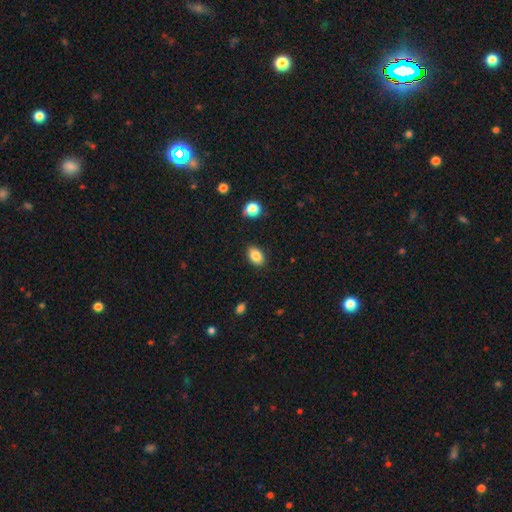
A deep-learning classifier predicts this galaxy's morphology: A smooth galaxy with no disk features (85%) that is in between round and cigar-shaped (86%). Merging: none (86%).